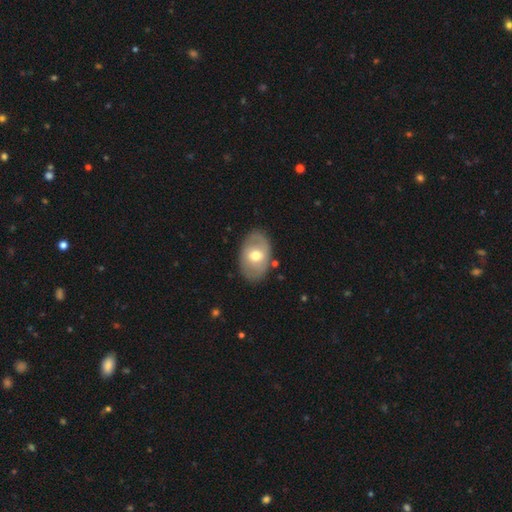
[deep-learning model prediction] Morphology: type=smooth (52%); roundness=in between (83%); merging=none (80%).